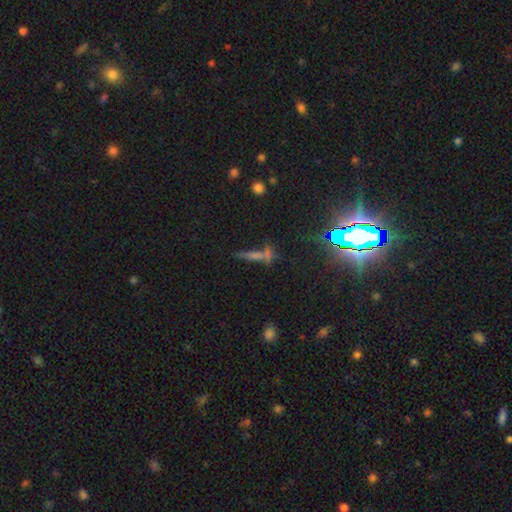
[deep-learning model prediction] A smooth galaxy with no disk features (39%). Merging: none (48%).